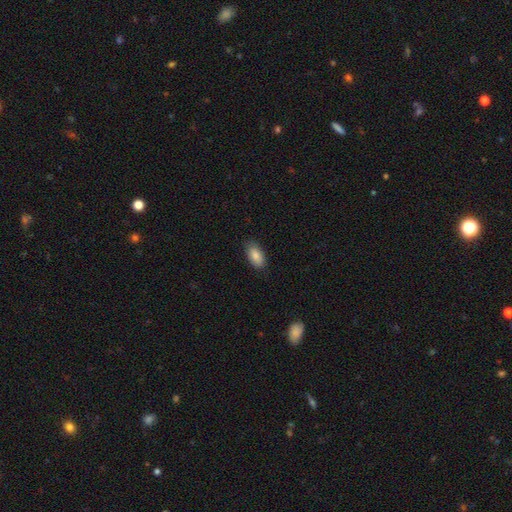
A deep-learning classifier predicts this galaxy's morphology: Q: Smooth or featured?
A: smooth (87%); runner-up: star or artifact (7%)
Q: How rounded?
A: in between (93%); runner-up: round (4%)
Q: Merging?
A: none (83%); runner-up: minor disturbance (13%)